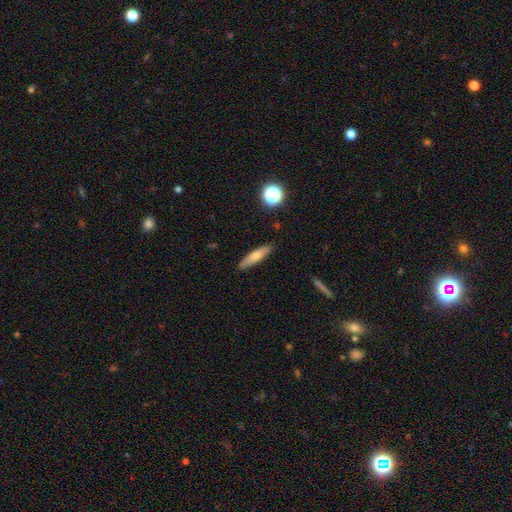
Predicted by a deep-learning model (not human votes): smooth 63%, featured or disk 29%, star or artifact 8%. Down the decision tree: how rounded — cigar-shaped (79%); merging — none (88%).